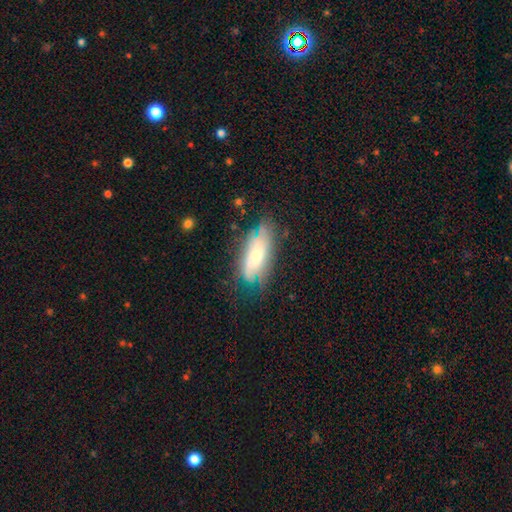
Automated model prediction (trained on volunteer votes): Smooth or featured?
  - smooth: 51% *
  - featured or disk: 41%
  - star or artifact: 8%
How rounded?
  - in between: 77% *
  - cigar-shaped: 20%
  - round: 3%
Merging?
  - none: 63% *
  - minor disturbance: 25%
  - major disturbance: 9%
  - merger: 3%